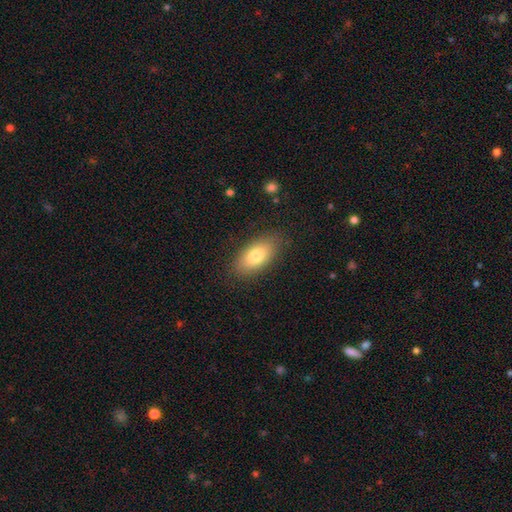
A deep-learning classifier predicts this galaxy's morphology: This is likely a smooth galaxy (77%). How rounded: clearly in between (90%). Merging: clearly none (84%).